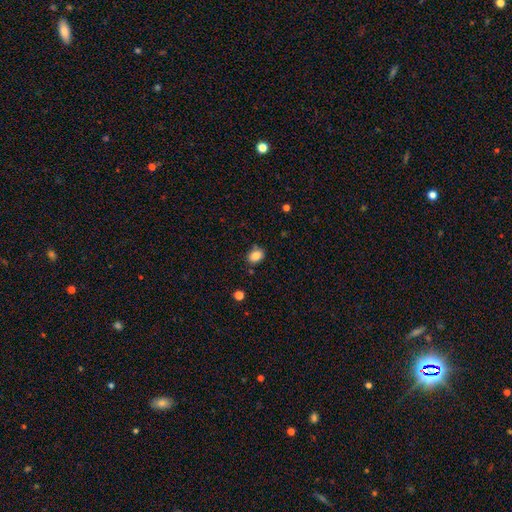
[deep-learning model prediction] The model was most divided on "how rounded": in between: 61%, round: 38%, cigar-shaped: 1%. More confident: smooth or featured — smooth (84%); merging — none (78%).